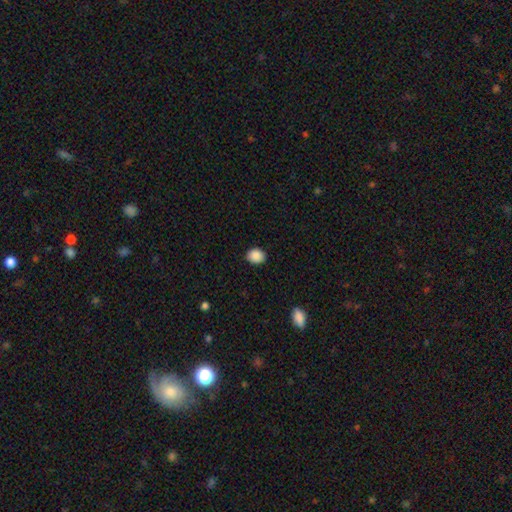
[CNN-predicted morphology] A smooth galaxy with no disk features (89%) that is in between round and cigar-shaped (50%).

Vote fractions:
- Smooth or featured? smooth: 89% / star or artifact: 8% / featured or disk: 3%
- How rounded? in between: 50% / round: 49% / cigar-shaped: 1%
- Merging? none: 89% / minor disturbance: 8% / major disturbance: 2% / merger: 1%